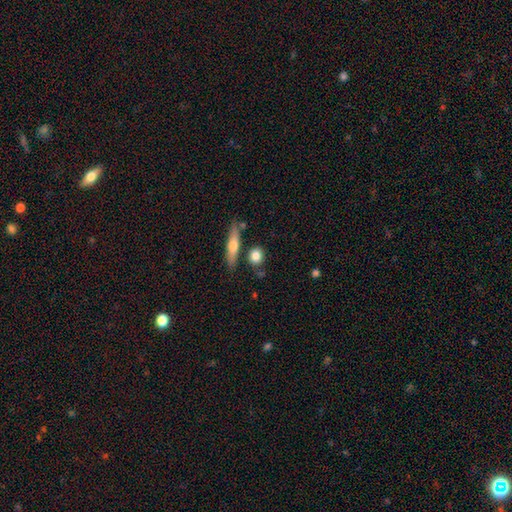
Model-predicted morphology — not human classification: smooth_or_featured: smooth (p=0.79) [alt: featured or disk p=0.14]
how_rounded: round (p=0.60) [alt: in between p=0.28]
merging: none (p=0.74) [alt: minor disturbance p=0.12]